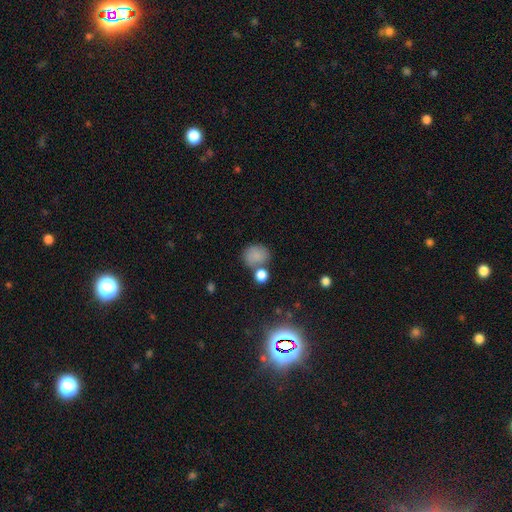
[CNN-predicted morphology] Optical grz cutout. It shows a smooth galaxy with no disk features (80%) that is round (63%). Merging: none (53%).